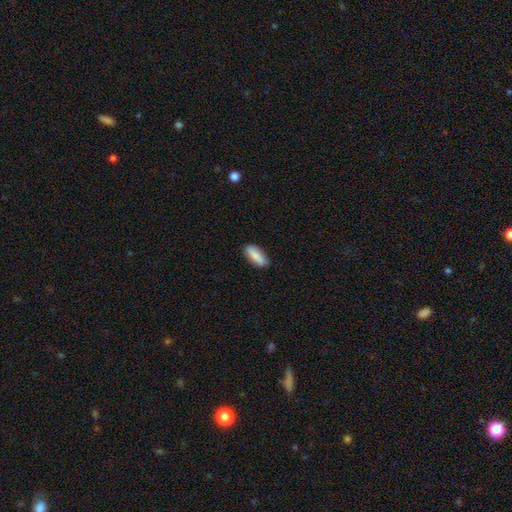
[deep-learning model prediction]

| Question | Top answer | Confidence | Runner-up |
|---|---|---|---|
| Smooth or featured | smooth | 83% | featured or disk (11%) |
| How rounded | in between | 69% | cigar-shaped (29%) |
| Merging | none | 84% | minor disturbance (13%) |